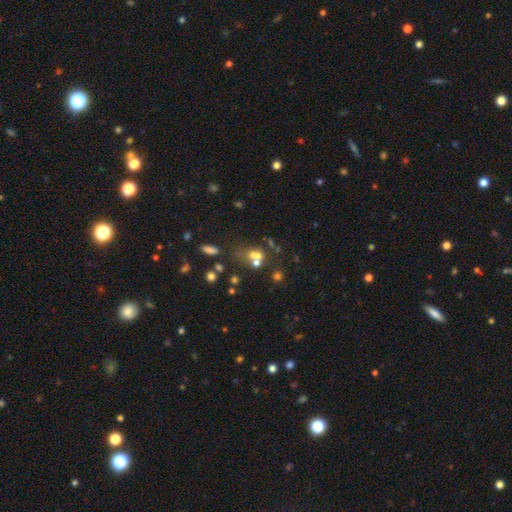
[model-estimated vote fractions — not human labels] Smooth or featured? Predicted: smooth (p=0.53). How rounded? Predicted: round (p=0.57). Merging? Predicted: merger (p=0.49).